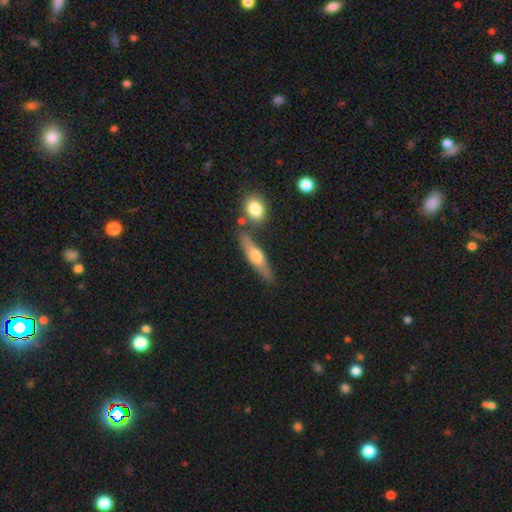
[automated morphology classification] featured or disk 54%, smooth 40%, star or artifact 6%. Down the decision tree: edge-on disk — yes (89%); merging — none (71%).